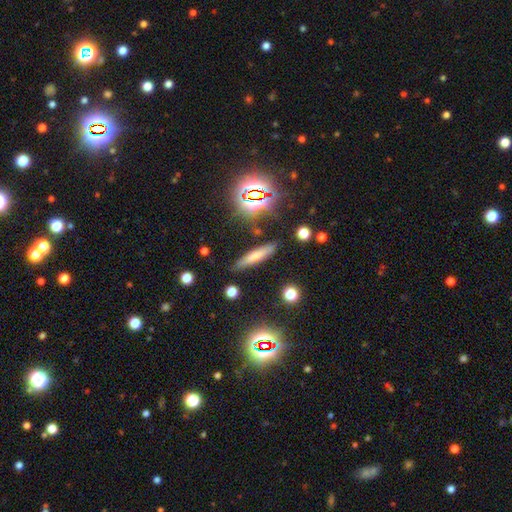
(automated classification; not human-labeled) This appears to be a smooth galaxy with no disk features (60%) that is cigar-shaped (86%). Merging: none (84%).